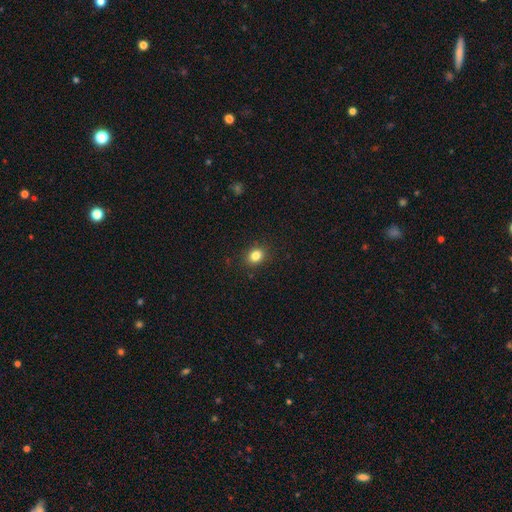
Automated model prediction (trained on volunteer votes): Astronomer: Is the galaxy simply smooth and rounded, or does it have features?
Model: smooth — 83%.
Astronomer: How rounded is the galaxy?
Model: round — 60% (runner-up: in between, 39%).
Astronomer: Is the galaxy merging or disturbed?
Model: none — 89%.